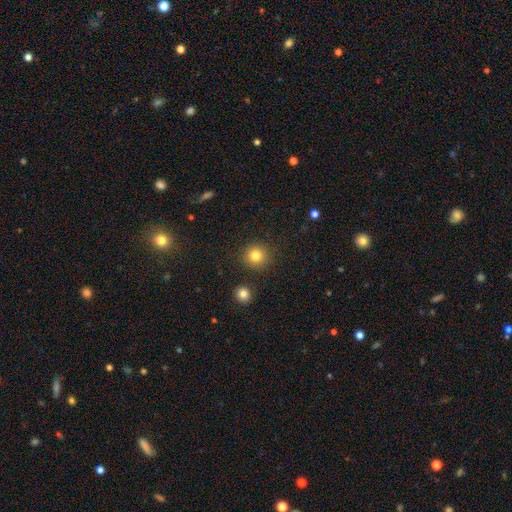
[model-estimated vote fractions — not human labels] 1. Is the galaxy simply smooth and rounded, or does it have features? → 82% smooth, 12% star or artifact, 6% featured or disk.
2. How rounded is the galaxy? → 93% round, 6% in between, 1% cigar-shaped.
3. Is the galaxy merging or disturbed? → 89% none, 6% minor disturbance, 3% merger, 2% major disturbance.